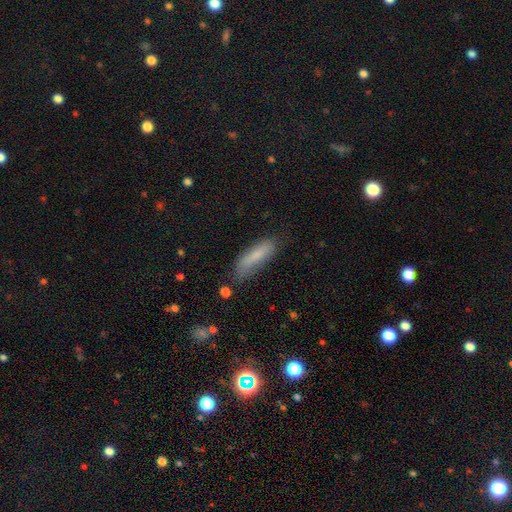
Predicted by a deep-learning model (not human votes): Q: Smooth or featured?
A: smooth (78%); runner-up: featured or disk (14%)
Q: How rounded?
A: cigar-shaped (62%); runner-up: in between (36%)
Q: Merging?
A: none (68%); runner-up: minor disturbance (23%)